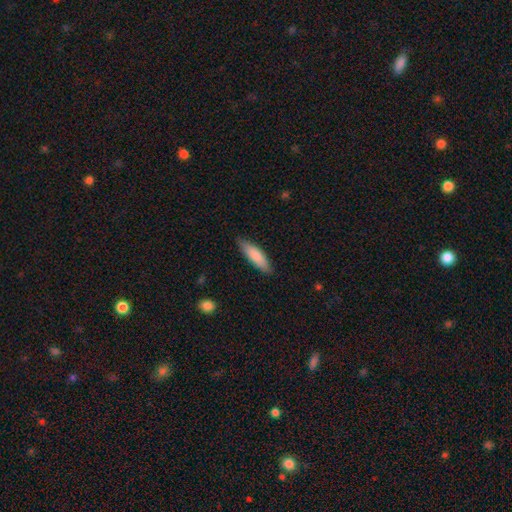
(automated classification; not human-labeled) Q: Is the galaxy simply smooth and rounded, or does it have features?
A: smooth — 84%.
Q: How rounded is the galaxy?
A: cigar-shaped — 60%.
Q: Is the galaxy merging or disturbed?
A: none — 85%.